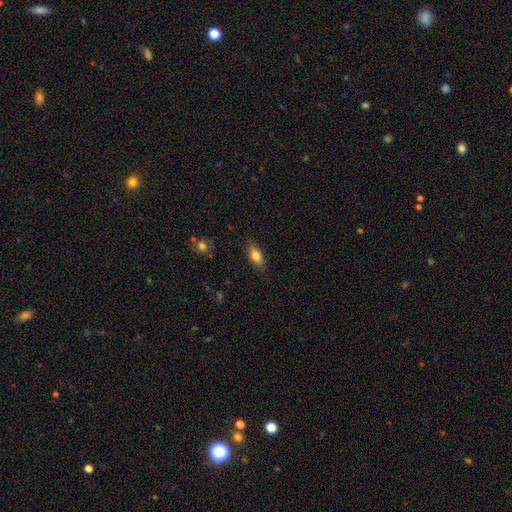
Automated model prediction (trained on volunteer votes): smooth 79%, featured or disk 14%, star or artifact 7%. Down the decision tree: how rounded — in between (81%); merging — none (83%).